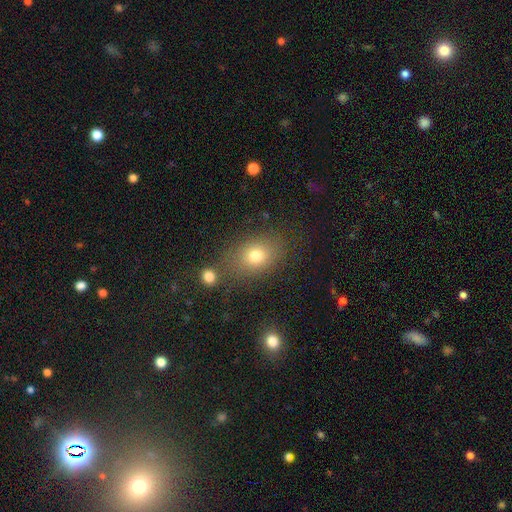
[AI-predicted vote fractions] Morphology: type=smooth (76%); roundness=in between (66%); merging=none (73%).